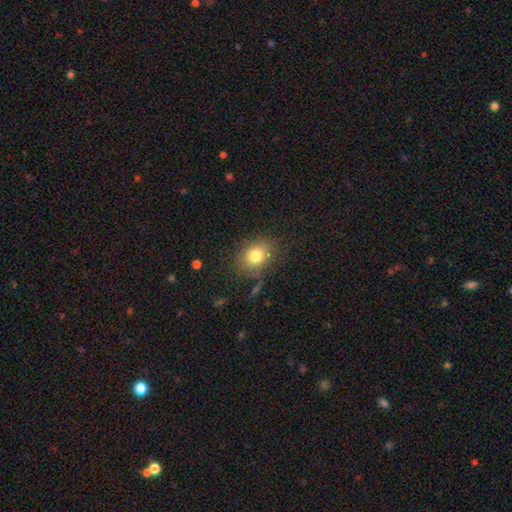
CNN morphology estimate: A smooth galaxy with no disk features (79%) that is in between round and cigar-shaped (55%). Merging: none (75%).